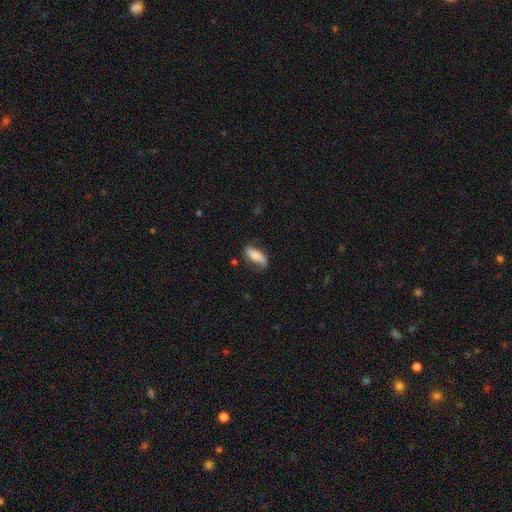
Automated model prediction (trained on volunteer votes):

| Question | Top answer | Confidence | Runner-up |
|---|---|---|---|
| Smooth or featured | smooth | 62% | featured or disk (31%) |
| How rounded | in between | 69% | cigar-shaped (28%) |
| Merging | none | 70% | minor disturbance (22%) |